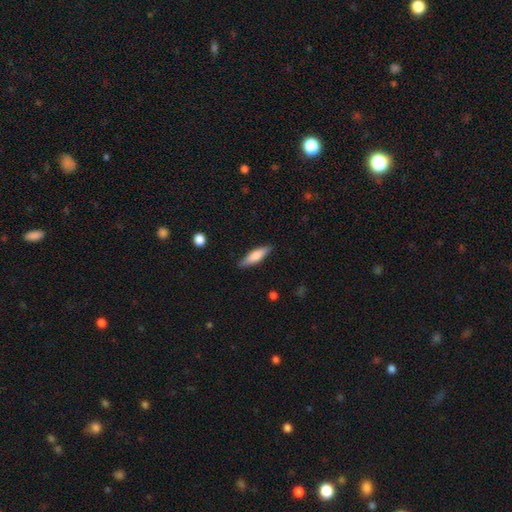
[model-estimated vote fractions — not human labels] Overall: smooth (68%). How rounded: cigar-shaped (63%; in between 35%). Merging: none (86%).